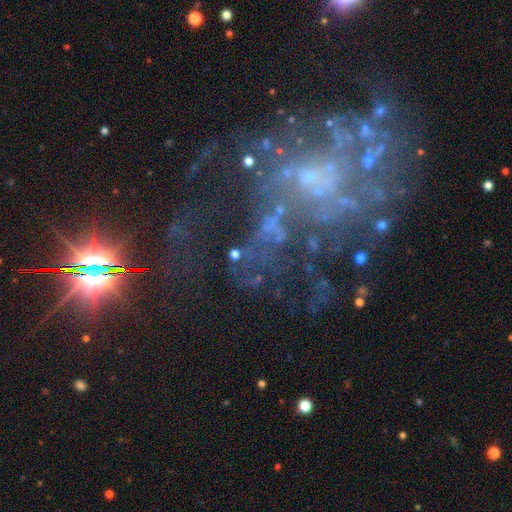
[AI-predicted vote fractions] A featured or disk galaxy (65%) with no bar (81%), spiral arms (57%) and a small central bulge (53%). Merging: none (46%).